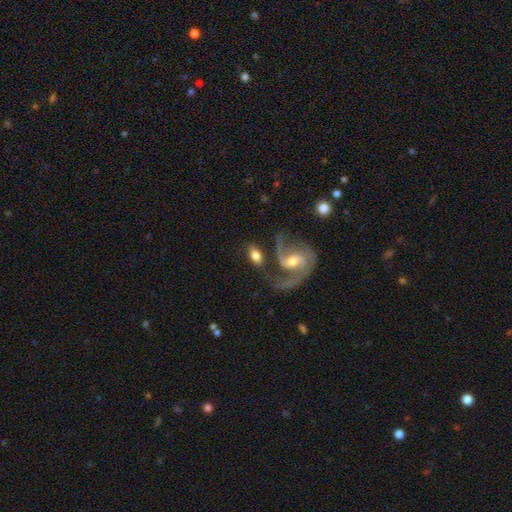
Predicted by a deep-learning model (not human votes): smooth_or_featured: smooth (p=0.52) [alt: featured or disk p=0.41]
how_rounded: in between (p=0.86) [alt: round p=0.10]
merging: none (p=0.59) [alt: minor disturbance p=0.16]